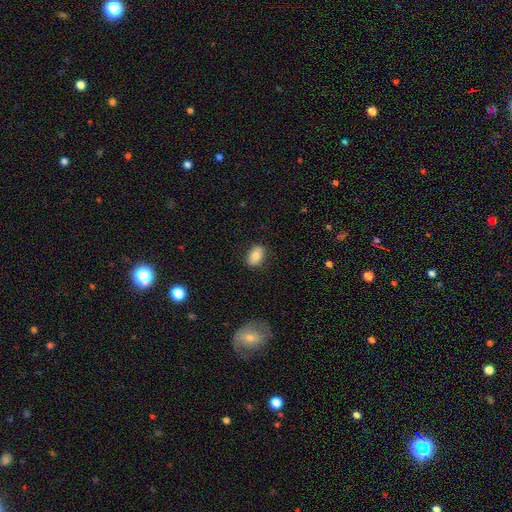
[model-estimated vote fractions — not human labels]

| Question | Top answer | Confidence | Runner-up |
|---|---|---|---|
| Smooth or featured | smooth | 80% | featured or disk (12%) |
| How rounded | in between | 86% | round (12%) |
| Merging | none | 83% | minor disturbance (13%) |